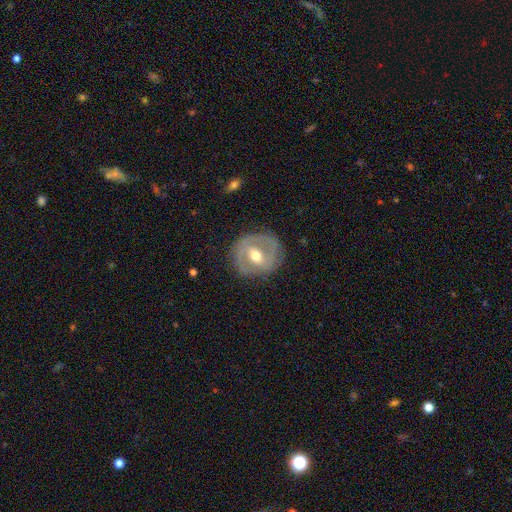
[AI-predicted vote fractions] A featured or disk galaxy (69%) with a weak bar (46%), spiral arms (63%) and a moderate central bulge (74%). Merging: none (78%).